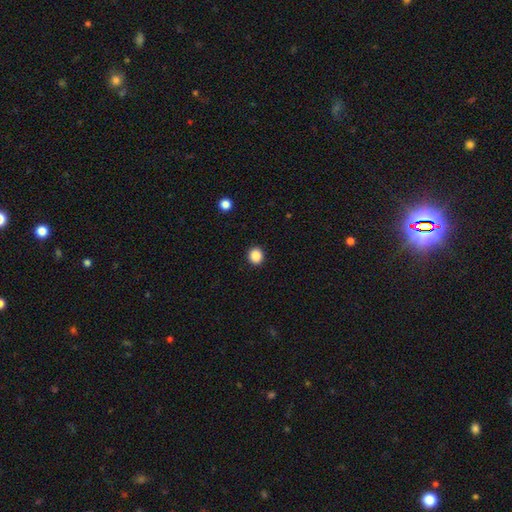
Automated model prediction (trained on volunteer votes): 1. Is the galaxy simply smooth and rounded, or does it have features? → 88% smooth, 10% star or artifact, 3% featured or disk.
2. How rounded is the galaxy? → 83% round, 16% in between, 1% cigar-shaped.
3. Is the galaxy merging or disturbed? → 92% none, 5% minor disturbance, 2% major disturbance, 1% merger.